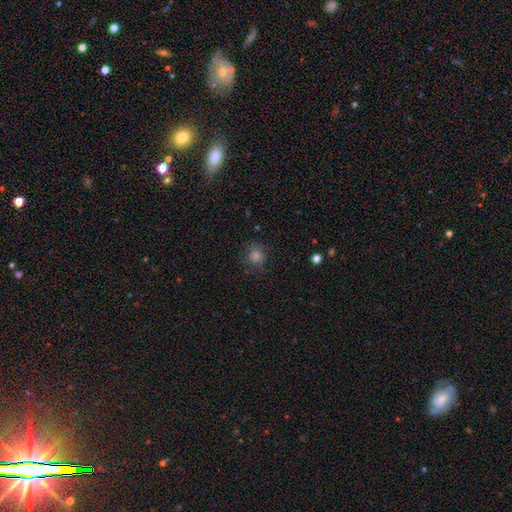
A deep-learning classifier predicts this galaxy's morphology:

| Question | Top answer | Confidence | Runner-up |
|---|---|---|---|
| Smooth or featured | smooth | 71% | star or artifact (21%) |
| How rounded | round | 89% | in between (10%) |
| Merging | none | 82% | minor disturbance (13%) |